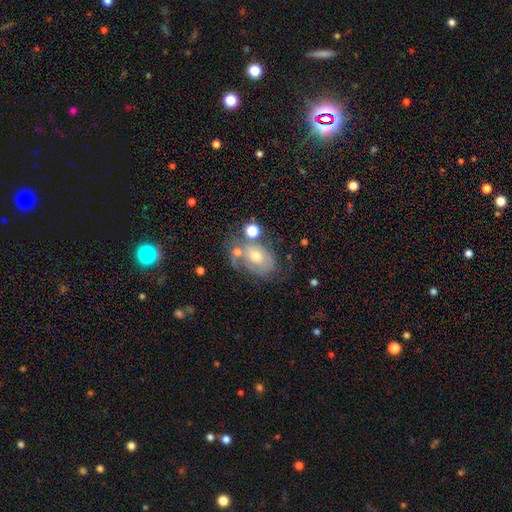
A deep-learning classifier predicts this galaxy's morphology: smooth_or_featured: featured or disk (p=0.56) [alt: smooth p=0.31]
disk_edge_on: no (p=0.95) [alt: yes p=0.05]
bar: no (p=0.76) [alt: weak p=0.19]
has_spiral_arms: yes (p=0.65) [alt: no p=0.35]
bulge_size: moderate (p=0.62) [alt: small p=0.28]
merging: none (p=0.42) [alt: minor disturbance p=0.23]